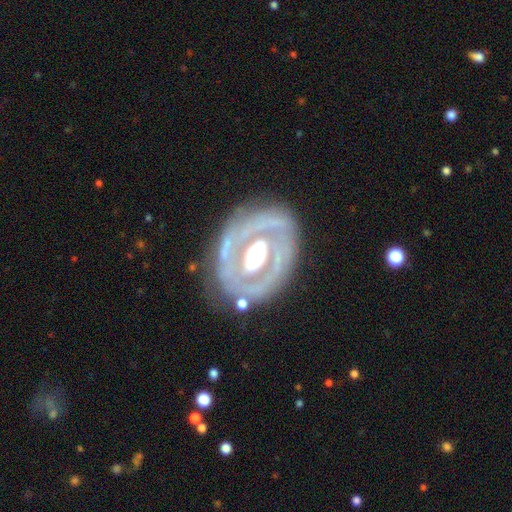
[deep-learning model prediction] smooth-or-featured: featured or disk: 83% | smooth: 12% | star or artifact: 5%
  disk-edge-on: no: 95% | yes: 5%
    bar: no: 44% | strong: 28% | weak: 27%
    has-spiral-arms: yes: 58% | no: 42%
    bulge-size: moderate: 58% | large: 32% | small: 5% | dominant: 4% | none: 1%
  merging: none: 68% | minor disturbance: 20% | major disturbance: 9% | merger: 3%